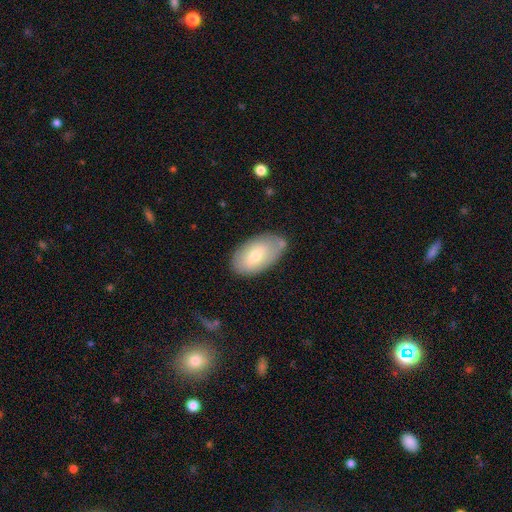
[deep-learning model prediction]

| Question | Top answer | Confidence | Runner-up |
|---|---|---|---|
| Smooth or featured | smooth | 68% | featured or disk (26%) |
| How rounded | in between | 94% | round (4%) |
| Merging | none | 72% | minor disturbance (18%) |